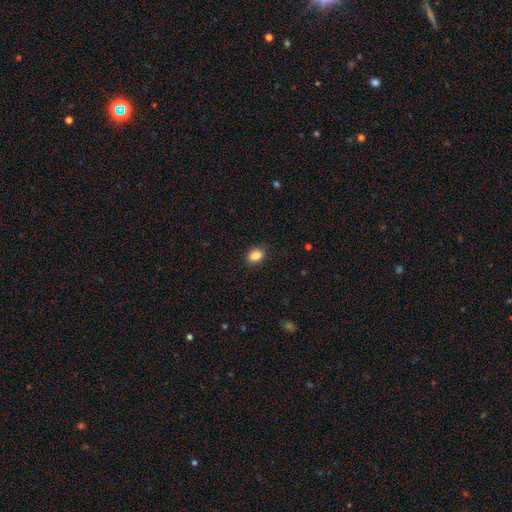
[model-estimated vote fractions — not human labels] Smooth or featured? Predicted: smooth (p=0.85). How rounded? Predicted: in between (p=0.67). Merging? Predicted: none (p=0.85).